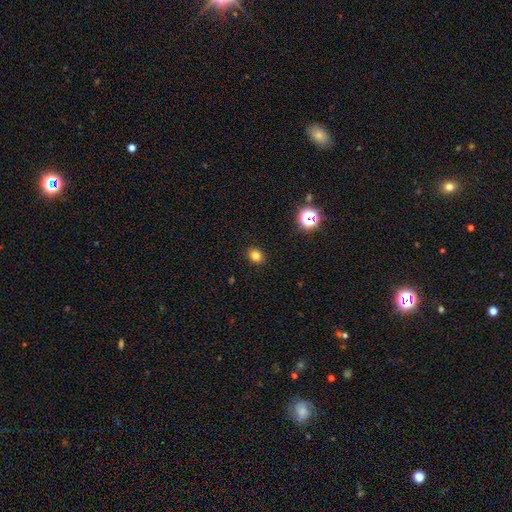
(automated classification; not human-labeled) This is likely a smooth galaxy (79%). How rounded: likely round (63%). Merging: clearly none (91%).